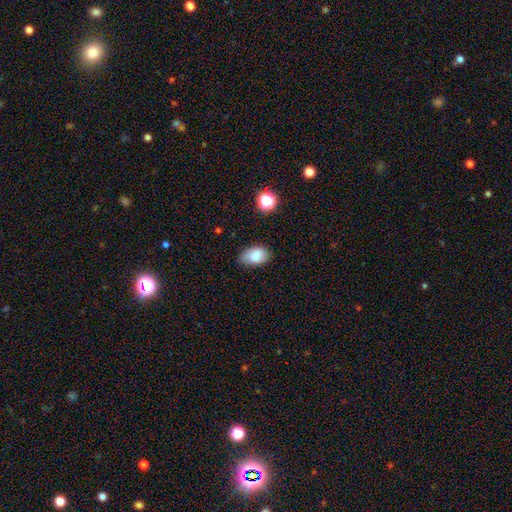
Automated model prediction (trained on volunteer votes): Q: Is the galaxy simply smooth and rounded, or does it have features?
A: smooth — 83%.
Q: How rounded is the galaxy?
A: in between — 88%.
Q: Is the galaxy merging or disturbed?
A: none — 72%.